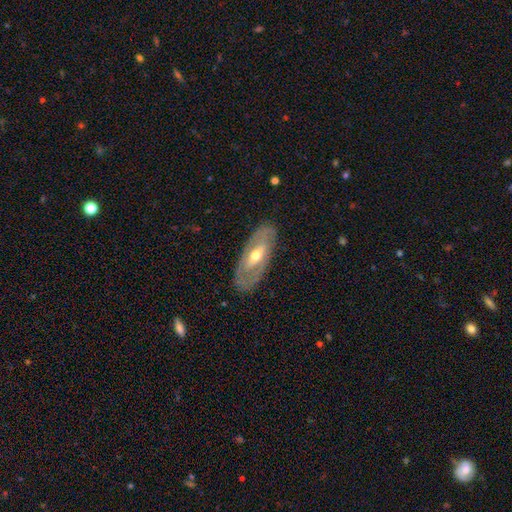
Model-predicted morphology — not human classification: featured or disk 63%, smooth 32%, star or artifact 5%. Down the decision tree: edge-on disk — no (81%); bar — no (50%); spiral arms — no (65%); bulge size — moderate (70%); merging — none (82%).